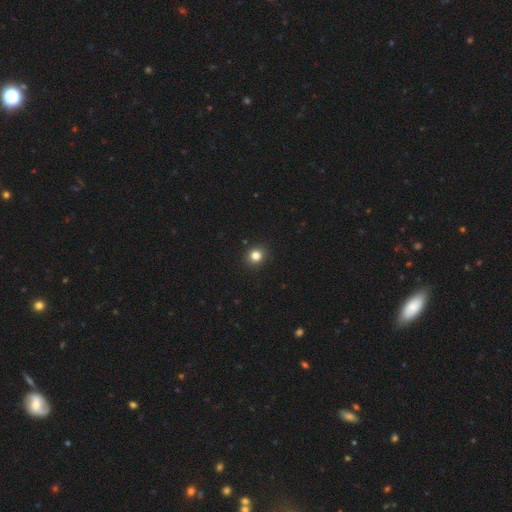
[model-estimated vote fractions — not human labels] Overall: smooth (82%). How rounded: round (84%). Merging: none (92%).